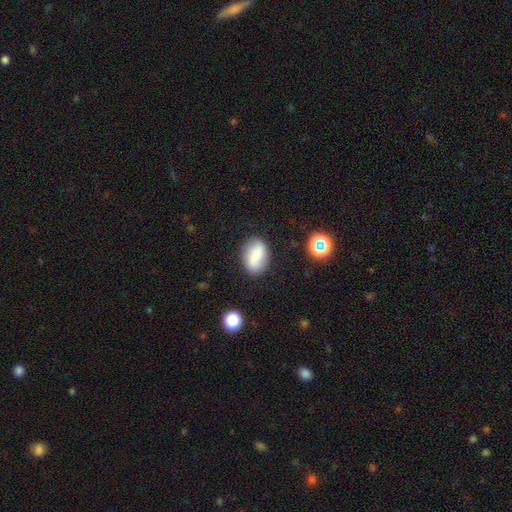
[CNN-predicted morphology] smooth-or-featured: smooth: 72% | featured or disk: 18% | star or artifact: 10%
  how-rounded: in between: 85% | round: 12% | cigar-shaped: 3%
  merging: none: 79% | minor disturbance: 14% | major disturbance: 4% | merger: 2%